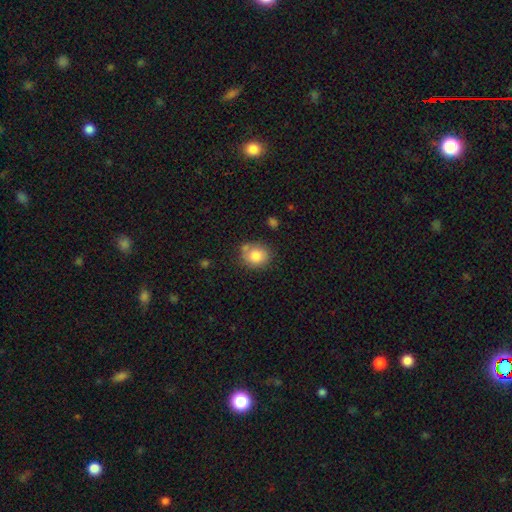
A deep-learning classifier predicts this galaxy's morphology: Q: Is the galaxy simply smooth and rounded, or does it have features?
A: smooth — 81%.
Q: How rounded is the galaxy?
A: round — 71%.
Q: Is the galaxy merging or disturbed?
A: none — 66%.